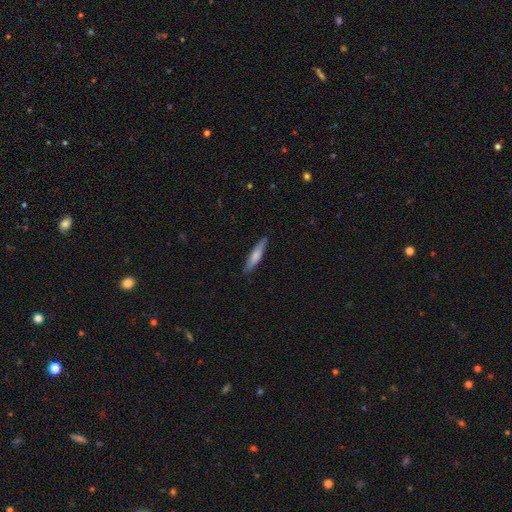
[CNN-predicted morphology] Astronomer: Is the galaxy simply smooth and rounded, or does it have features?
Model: smooth — 68%.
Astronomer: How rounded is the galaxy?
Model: cigar-shaped — 87%.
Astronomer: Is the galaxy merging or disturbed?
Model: none — 85%.